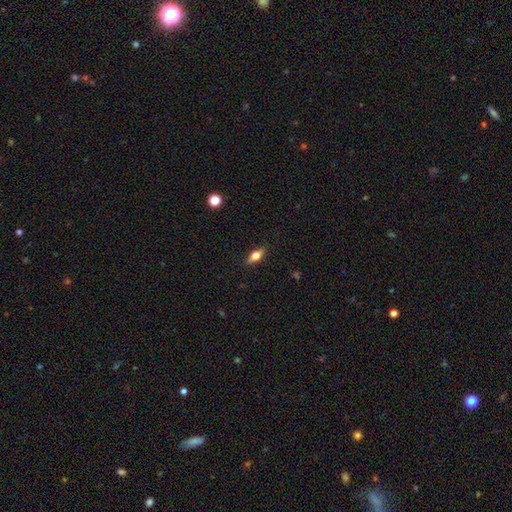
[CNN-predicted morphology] Overall: smooth (66%). How rounded: in between (76%). Merging: none (88%).